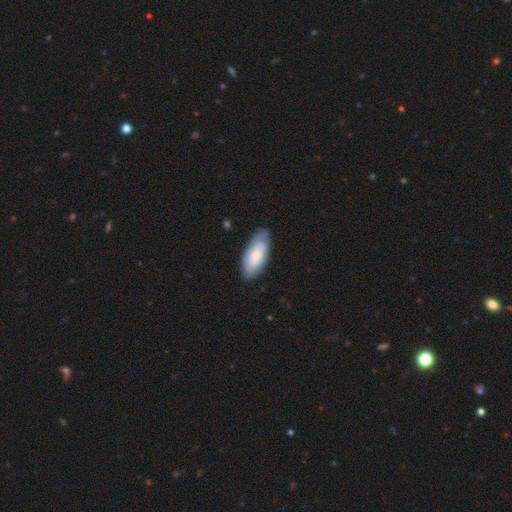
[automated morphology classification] A smooth galaxy with no disk features (54%) that is in between round and cigar-shaped (88%). Merging: none (74%).